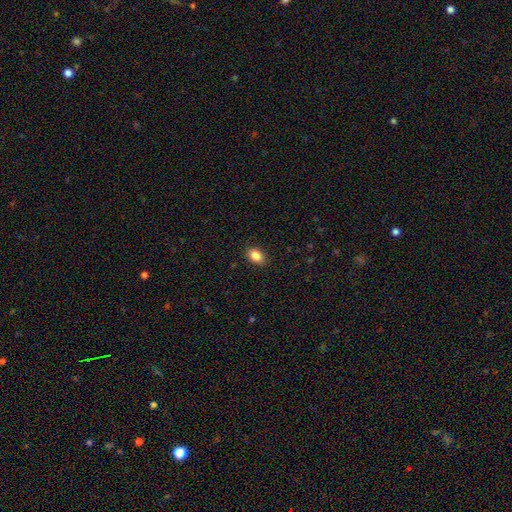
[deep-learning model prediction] Smooth or featured?
  - smooth: 86% *
  - star or artifact: 9%
  - featured or disk: 5%
How rounded?
  - in between: 81% *
  - round: 18%
  - cigar-shaped: 1%
Merging?
  - none: 89% *
  - minor disturbance: 8%
  - major disturbance: 2%
  - merger: 1%